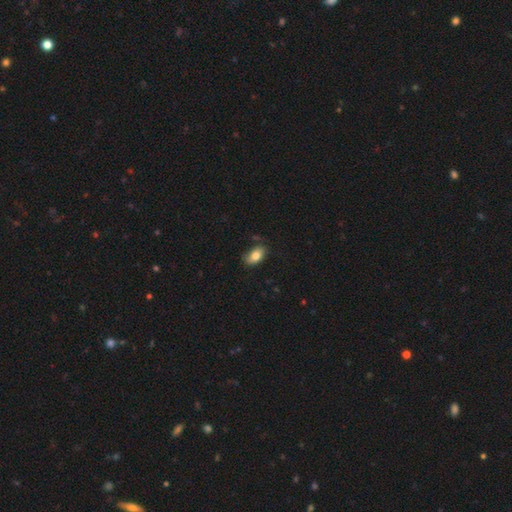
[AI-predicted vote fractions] A smooth galaxy with no disk features (82%) that is in between round and cigar-shaped (91%).

Vote fractions:
- Smooth or featured? smooth: 82% / featured or disk: 11% / star or artifact: 8%
- How rounded? in between: 91% / round: 7% / cigar-shaped: 2%
- Merging? none: 74% / minor disturbance: 20% / major disturbance: 4% / merger: 3%